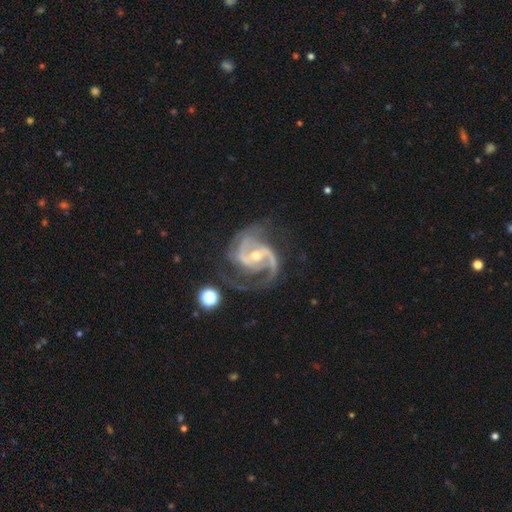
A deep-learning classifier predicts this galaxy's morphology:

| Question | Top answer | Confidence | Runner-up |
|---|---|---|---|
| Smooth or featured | featured or disk | 92% | star or artifact (5%) |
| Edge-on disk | no | 98% | yes (2%) |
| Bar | weak | 41% | no (30%) |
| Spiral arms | yes | 98% | no (2%) |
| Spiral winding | medium | 58% | tight (24%) |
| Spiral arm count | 2 | 79% | 3 (10%) |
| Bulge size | moderate | 55% | small (41%) |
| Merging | none | 64% | minor disturbance (19%) |